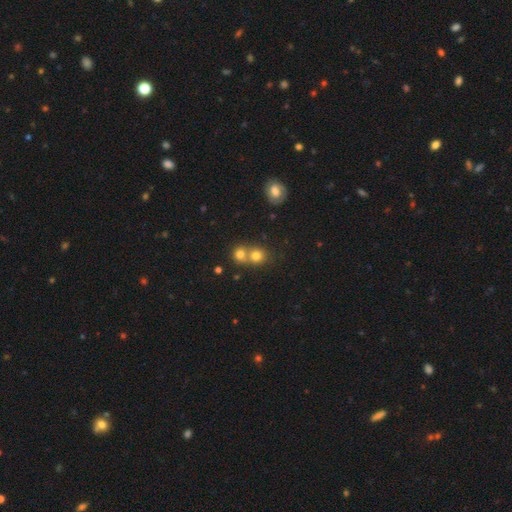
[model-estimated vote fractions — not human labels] Q: Smooth or featured?
A: smooth (75%); runner-up: star or artifact (14%)
Q: How rounded?
A: round (83%); runner-up: in between (16%)
Q: Merging?
A: merger (52%); runner-up: none (40%)